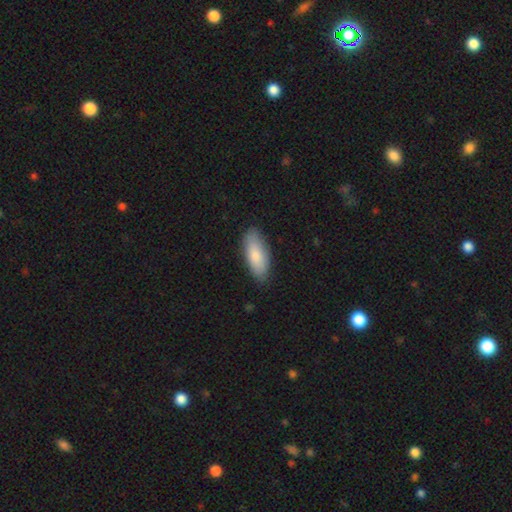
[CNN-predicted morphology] smooth-or-featured: smooth: 82% | featured or disk: 12% | star or artifact: 5%
  how-rounded: in between: 80% | cigar-shaped: 18% | round: 2%
  merging: none: 85% | minor disturbance: 12% | major disturbance: 2% | merger: 1%